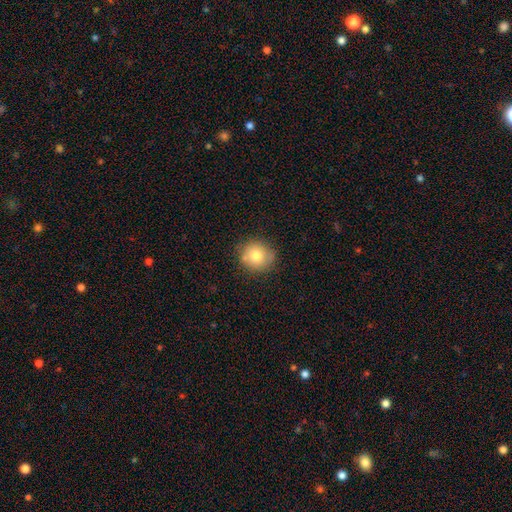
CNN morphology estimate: smooth 78%, featured or disk 12%, star or artifact 10%. Down the decision tree: how rounded — round (89%); merging — none (80%).